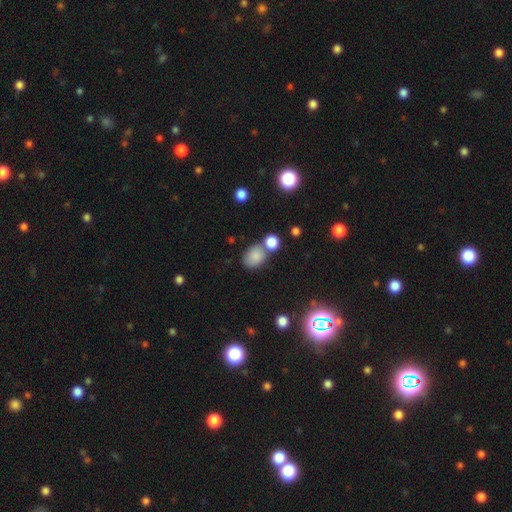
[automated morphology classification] This is clearly a smooth galaxy (83%). How rounded: possibly in between (60%). Merging: possibly none (55%).